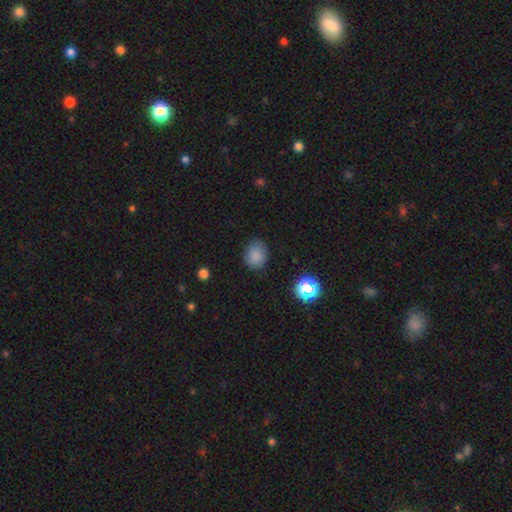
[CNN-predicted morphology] A smooth galaxy with no disk features (83%) that is round (58%). Merging: none (81%).